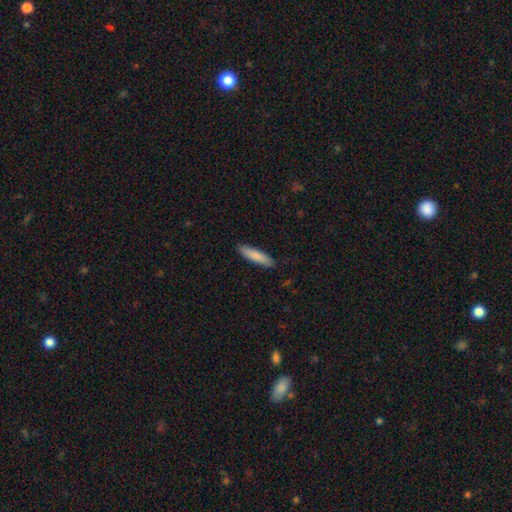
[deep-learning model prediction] Q: Smooth or featured?
A: smooth (84%); runner-up: featured or disk (10%)
Q: How rounded?
A: cigar-shaped (76%); runner-up: in between (23%)
Q: Merging?
A: none (89%); runner-up: minor disturbance (8%)